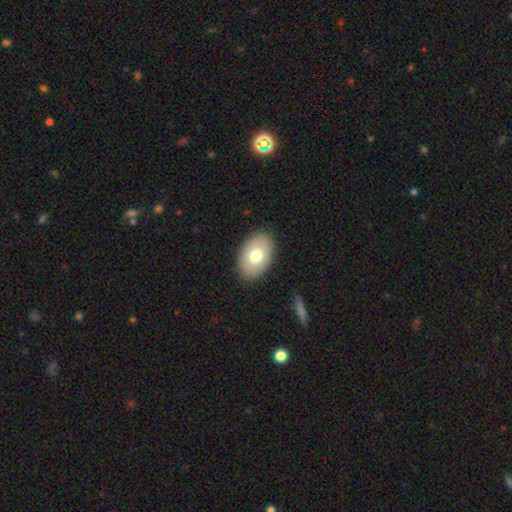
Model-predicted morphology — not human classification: Smooth or featured?
  - smooth: 74% *
  - featured or disk: 20%
  - star or artifact: 7%
How rounded?
  - in between: 89% *
  - round: 10%
  - cigar-shaped: 1%
Merging?
  - none: 88% *
  - minor disturbance: 8%
  - major disturbance: 2%
  - merger: 1%